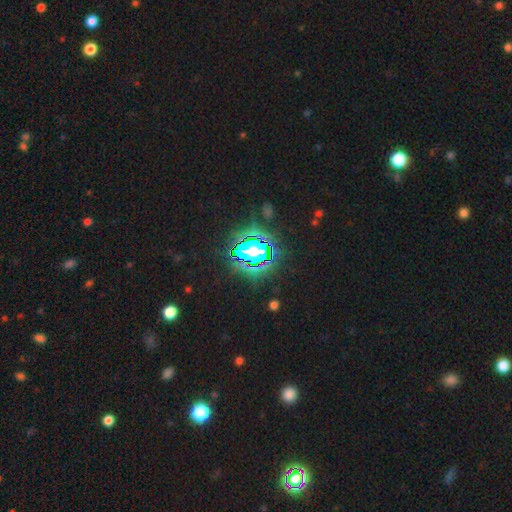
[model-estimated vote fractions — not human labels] This is clearly a star or artifact rather than a galaxy (81%).